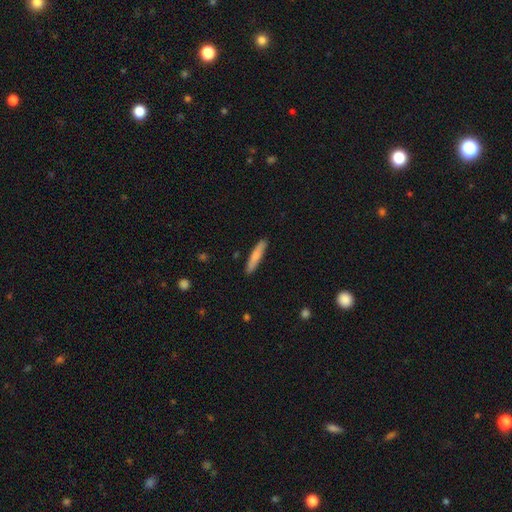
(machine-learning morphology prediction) A smooth galaxy with no disk features (78%) that is cigar-shaped (90%). Merging: none (89%).